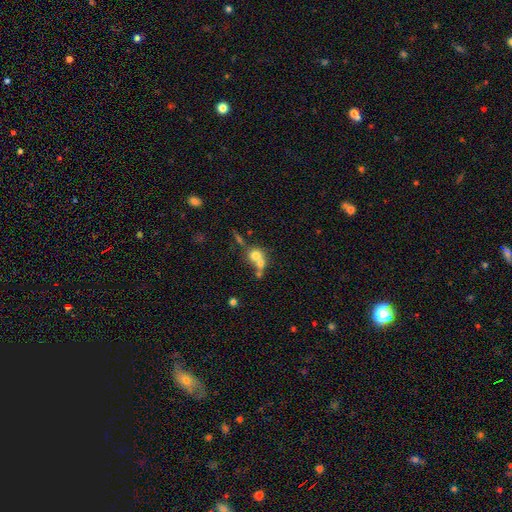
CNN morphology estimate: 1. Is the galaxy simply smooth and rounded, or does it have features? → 69% smooth, 19% featured or disk, 12% star or artifact.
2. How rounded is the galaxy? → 78% round, 21% in between, 1% cigar-shaped.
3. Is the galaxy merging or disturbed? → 59% merger, 30% none, 7% minor disturbance, 5% major disturbance.